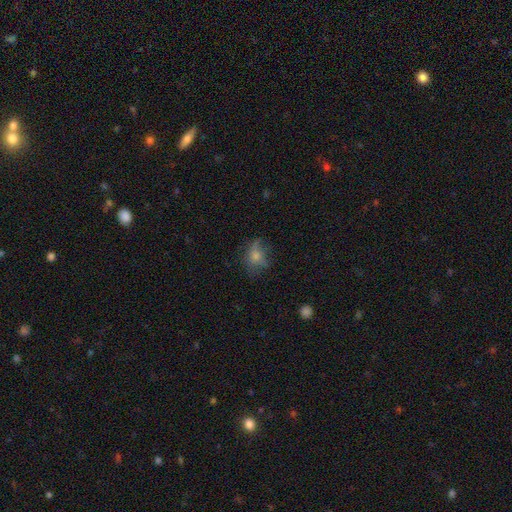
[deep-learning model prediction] Smooth or featured? Predicted: smooth (p=0.57). How rounded? Predicted: round (p=0.53). Merging? Predicted: none (p=0.56).